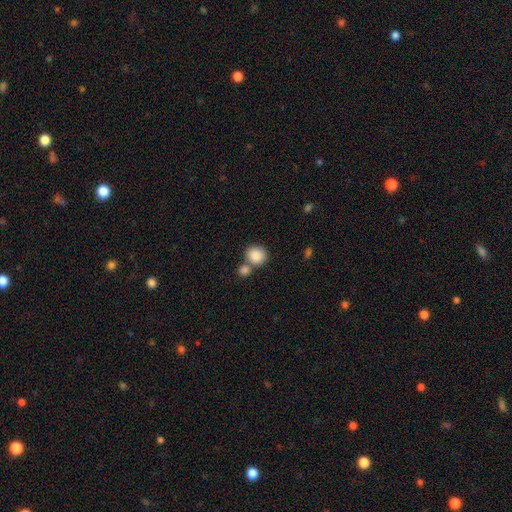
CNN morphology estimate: Q: Smooth or featured?
A: smooth (87%); runner-up: star or artifact (8%)
Q: How rounded?
A: round (83%); runner-up: in between (16%)
Q: Merging?
A: none (56%); runner-up: merger (32%)